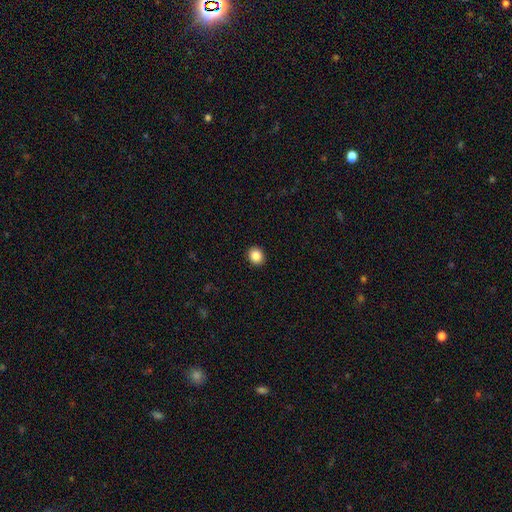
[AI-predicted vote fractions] Overall: smooth (86%). How rounded: round (78%). Merging: none (93%).